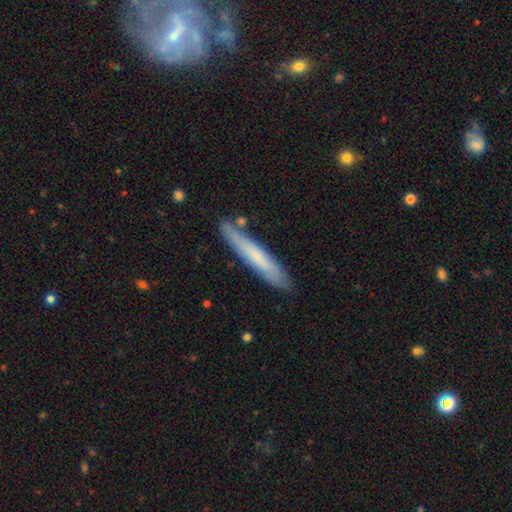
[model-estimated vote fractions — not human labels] This appears to be a smooth galaxy with no disk features (63%) that is cigar-shaped (94%). Merging: none (82%).